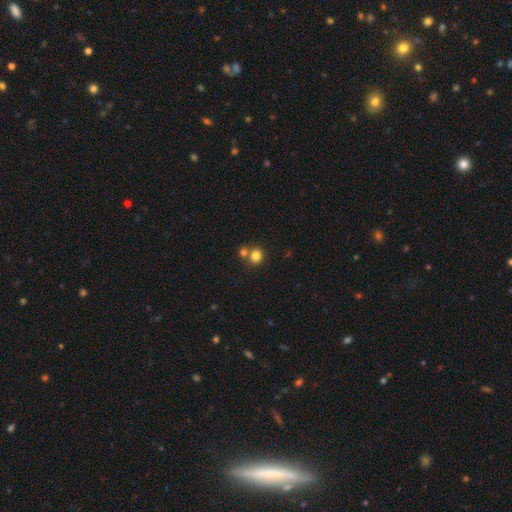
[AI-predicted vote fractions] Overall: smooth (82%). How rounded: round (84%). Merging: none (60%; merger 29%).